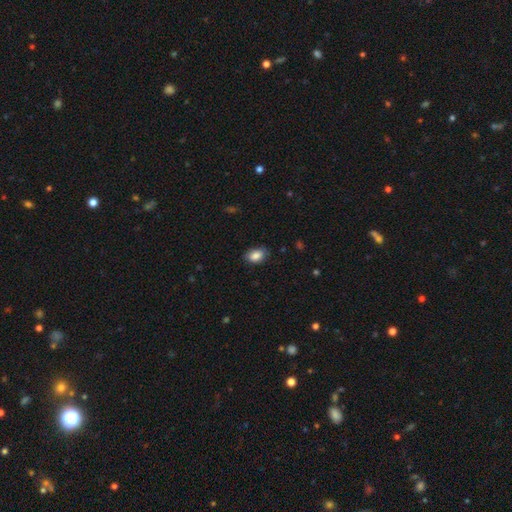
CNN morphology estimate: A smooth galaxy with no disk features (86%) that is in between round and cigar-shaped (86%).

Vote fractions:
- Smooth or featured? smooth: 86% / star or artifact: 8% / featured or disk: 6%
- How rounded? in between: 86% / round: 12% / cigar-shaped: 1%
- Merging? none: 80% / minor disturbance: 16% / major disturbance: 3% / merger: 1%